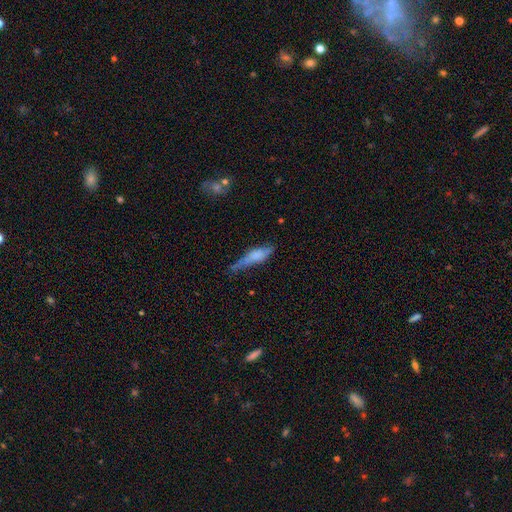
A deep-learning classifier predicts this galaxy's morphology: A smooth galaxy with no disk features (60%) that is cigar-shaped (62%). Merging: none (42%).